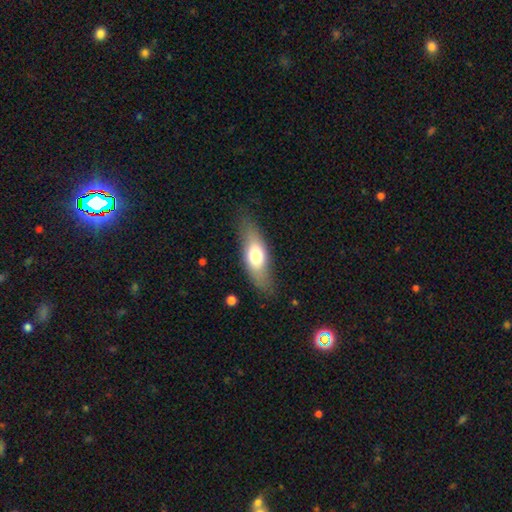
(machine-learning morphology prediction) smooth-or-featured: smooth: 64% | featured or disk: 30% | star or artifact: 6%
  how-rounded: in between: 68% | cigar-shaped: 29% | round: 4%
  merging: none: 79% | minor disturbance: 15% | major disturbance: 5% | merger: 1%